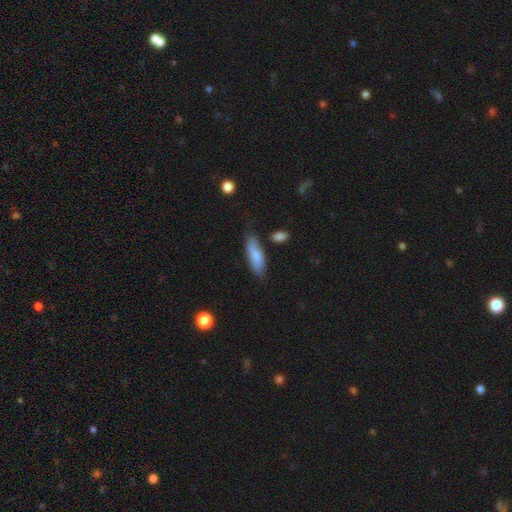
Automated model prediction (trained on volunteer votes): Smooth or featured? Predicted: smooth (p=0.77). How rounded? Predicted: in between (p=0.59). Merging? Predicted: none (p=0.70).